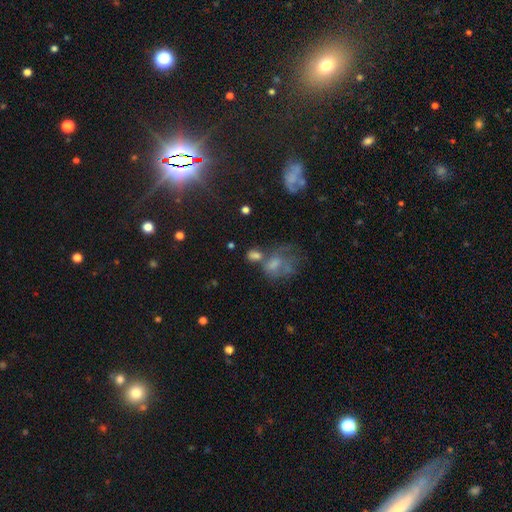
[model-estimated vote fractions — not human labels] Overall: smooth (60%; featured or disk 22%). How rounded: in between (65%; round 33%). Merging: merger (34%; none 33%).